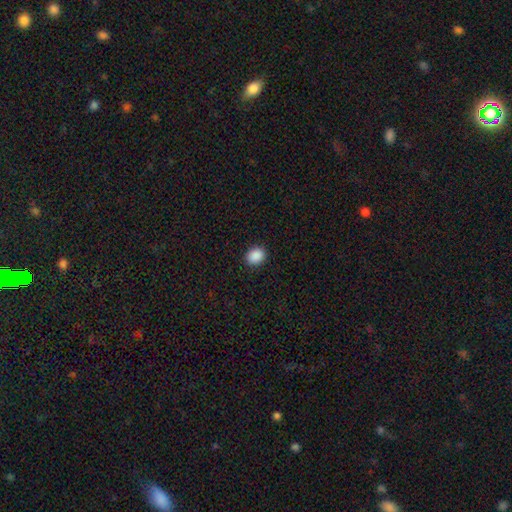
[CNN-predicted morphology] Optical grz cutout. It shows a smooth galaxy with no disk features (89%) that is round (52%). Merging: none (91%).